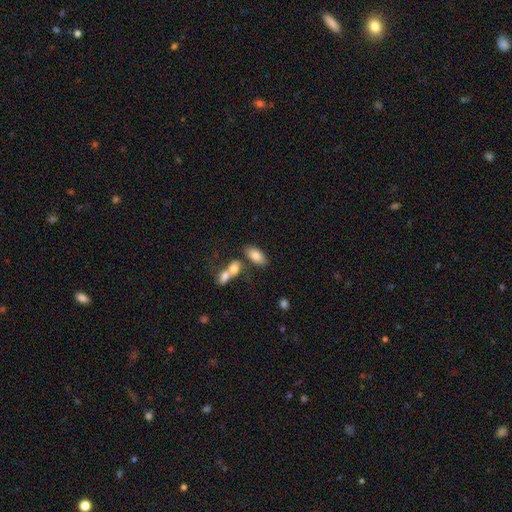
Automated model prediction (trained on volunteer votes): Q: Smooth or featured?
A: smooth (79%); runner-up: featured or disk (14%)
Q: How rounded?
A: in between (89%); runner-up: cigar-shaped (8%)
Q: Merging?
A: none (60%); runner-up: merger (24%)